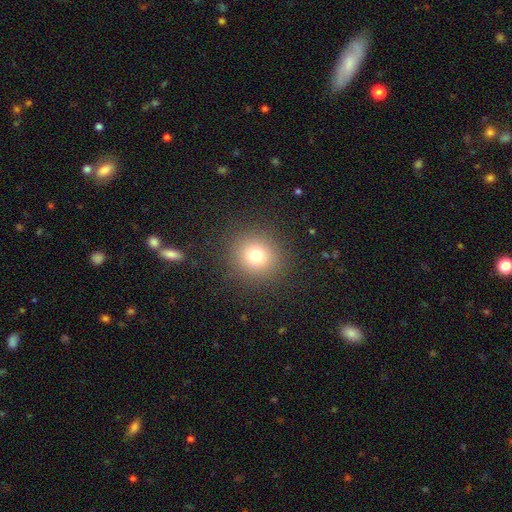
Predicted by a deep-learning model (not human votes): Q: Smooth or featured?
A: smooth (74%); runner-up: star or artifact (16%)
Q: How rounded?
A: round (91%); runner-up: in between (8%)
Q: Merging?
A: none (89%); runner-up: minor disturbance (7%)